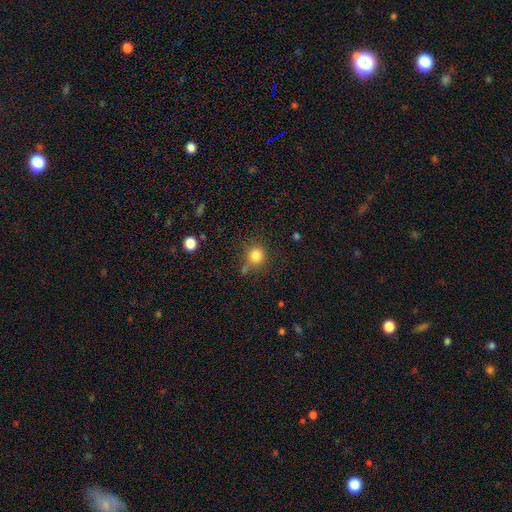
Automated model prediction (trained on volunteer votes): A smooth galaxy with no disk features (81%) that is round (88%). Merging: none (69%).